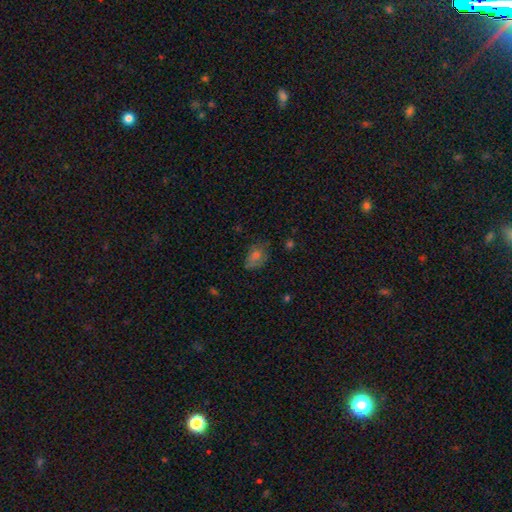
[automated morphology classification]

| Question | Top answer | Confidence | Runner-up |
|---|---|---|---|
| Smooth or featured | smooth | 66% | star or artifact (18%) |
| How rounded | in between | 72% | round (27%) |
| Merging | none | 62% | minor disturbance (27%) |